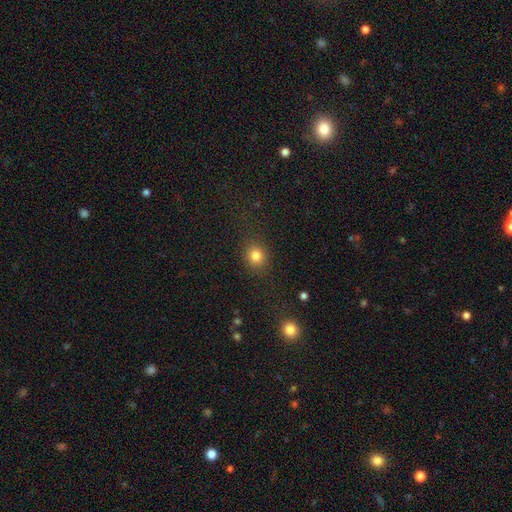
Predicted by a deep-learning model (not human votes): smooth_or_featured: smooth (p=0.82) [alt: star or artifact p=0.12]
how_rounded: round (p=0.78) [alt: in between p=0.21]
merging: none (p=0.84) [alt: minor disturbance p=0.09]